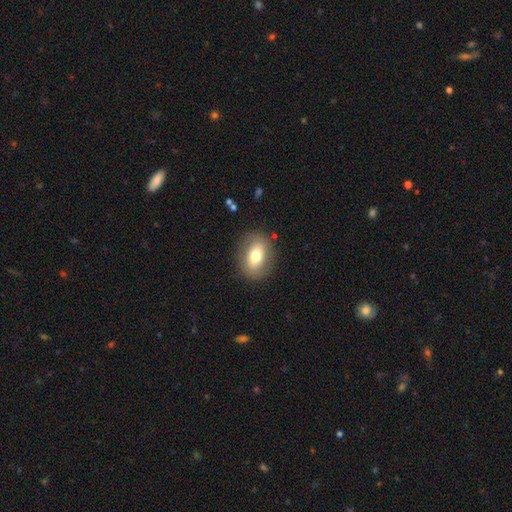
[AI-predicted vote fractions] Smooth or featured? Predicted: smooth (p=0.69). How rounded? Predicted: in between (p=0.73). Merging? Predicted: none (p=0.84).